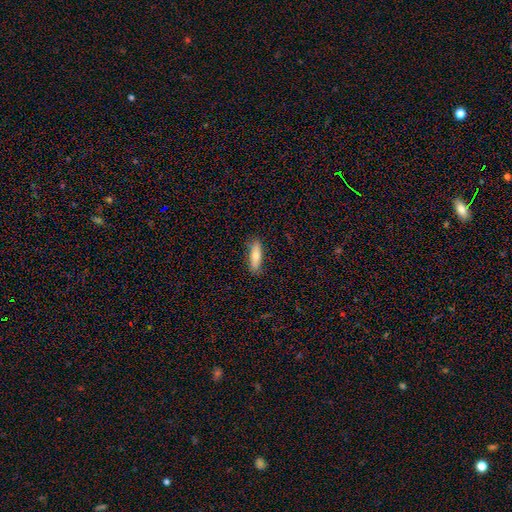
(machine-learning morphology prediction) This is likely a smooth galaxy (75%). How rounded: possibly cigar-shaped (55%). Merging: clearly none (86%).